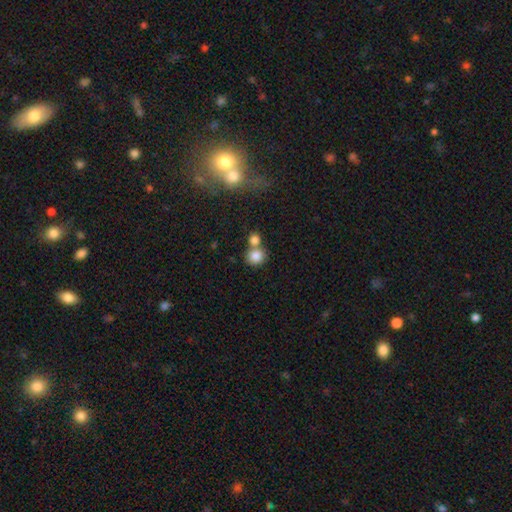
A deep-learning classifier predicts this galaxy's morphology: smooth 83%, star or artifact 10%, featured or disk 7%. Down the decision tree: how rounded — round (83%); merging — none (49%).